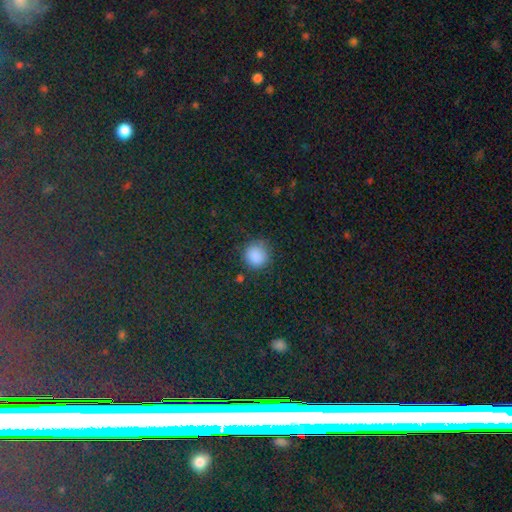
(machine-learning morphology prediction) A smooth galaxy with no disk features (84%) that is round (88%). Merging: none (80%).